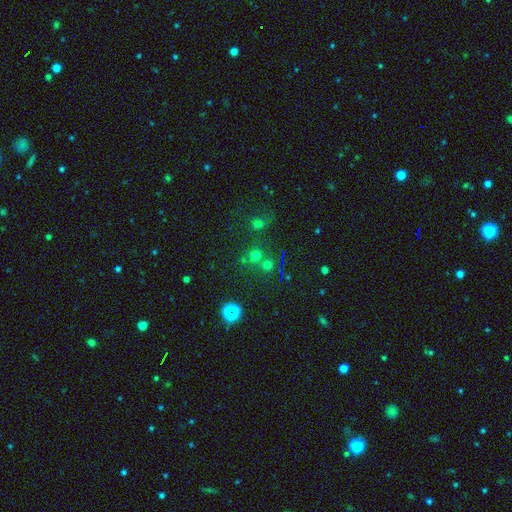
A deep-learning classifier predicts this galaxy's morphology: This is possibly a smooth galaxy (52%). How rounded: clearly round (88%). Merging: likely none (61%).